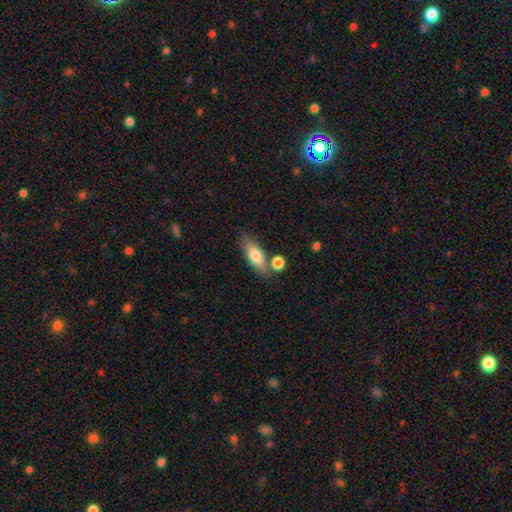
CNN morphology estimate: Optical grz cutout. It shows a smooth galaxy with no disk features (71%) that is in between round and cigar-shaped (65%). Merging: none (67%).